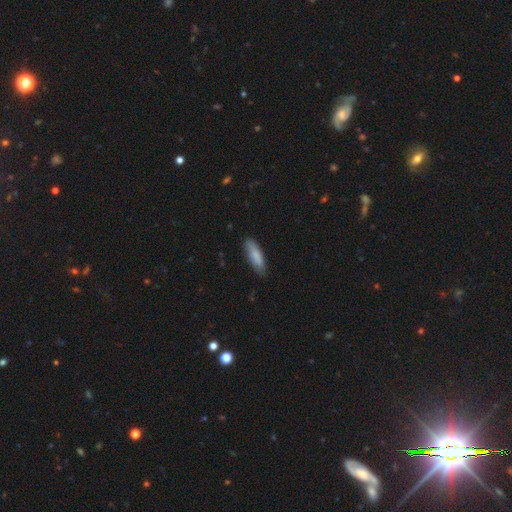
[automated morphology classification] type=smooth (84%); roundness=cigar-shaped (52%); merging=none (79%).